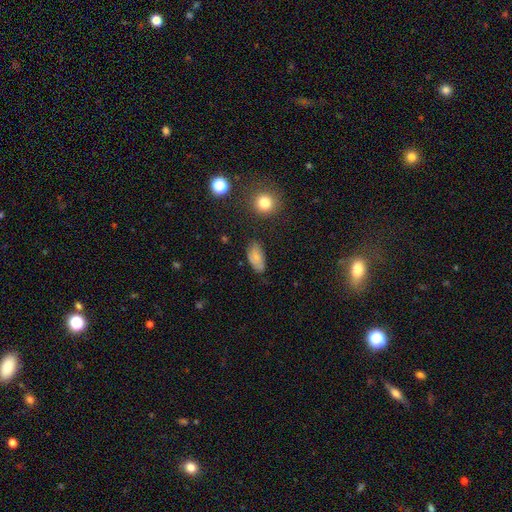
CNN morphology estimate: type=smooth (74%); roundness=in between (91%); merging=none (72%).